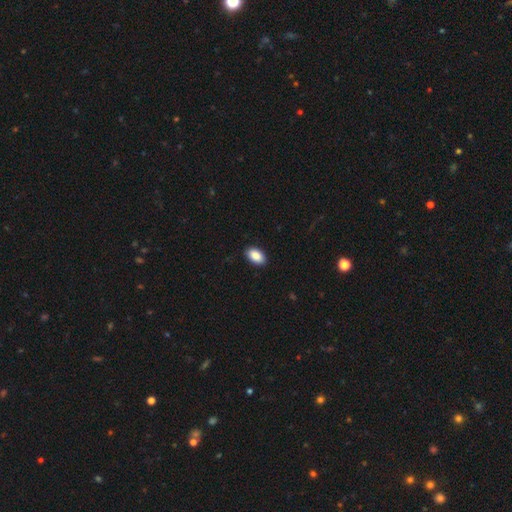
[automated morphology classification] Smooth or featured? smooth (89%)
How rounded? in between (93%)
Merging? none (90%)